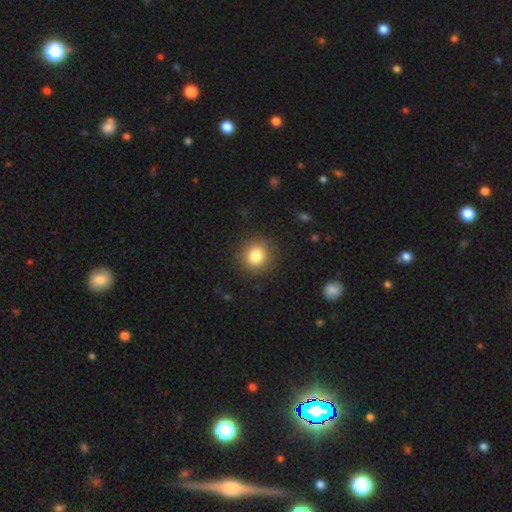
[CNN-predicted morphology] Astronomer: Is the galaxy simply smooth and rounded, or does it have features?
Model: smooth — 82%.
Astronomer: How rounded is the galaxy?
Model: round — 90%.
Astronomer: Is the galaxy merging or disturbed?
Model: none — 88%.